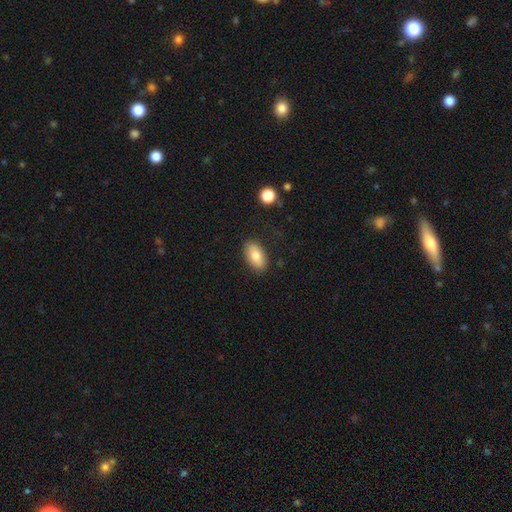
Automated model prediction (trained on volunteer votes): This is clearly a smooth galaxy (81%). How rounded: clearly in between (93%). Merging: clearly none (85%).